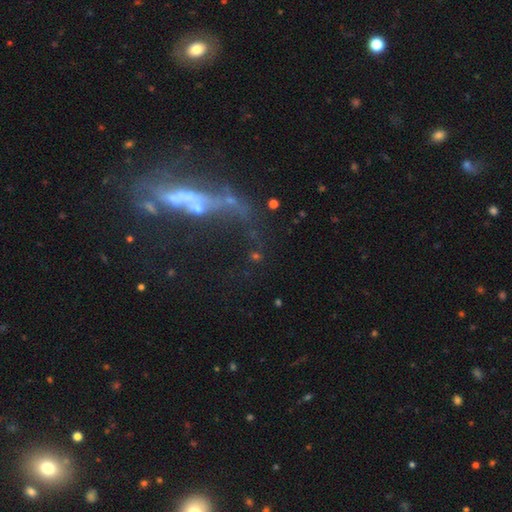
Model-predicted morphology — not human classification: smooth_or_featured: featured or disk (p=0.46) [alt: star or artifact p=0.29]
merging: none (p=0.32) [alt: major disturbance p=0.31]